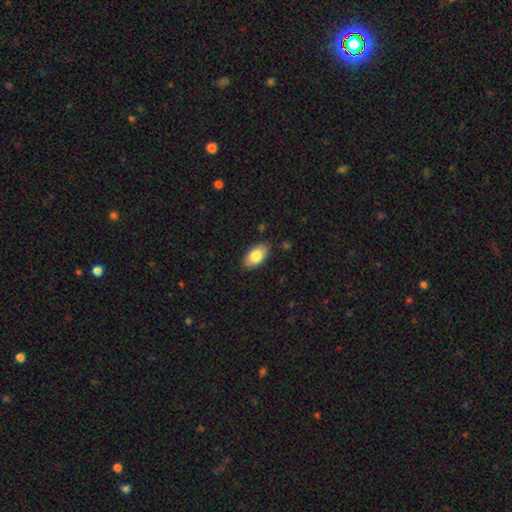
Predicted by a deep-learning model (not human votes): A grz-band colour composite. It shows a smooth galaxy with no disk features (83%) that is in between round and cigar-shaped (94%). Merging: none (86%).